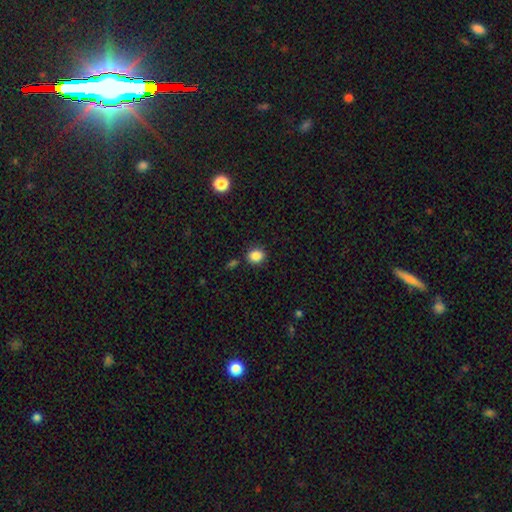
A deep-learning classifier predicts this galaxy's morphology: The model was most divided on "how rounded": round: 68%, in between: 31%, cigar-shaped: 1%. More confident: smooth or featured — smooth (86%); merging — none (82%).